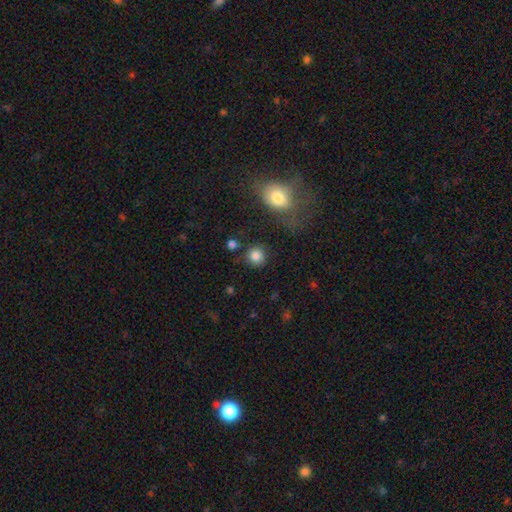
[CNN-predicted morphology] The model was most divided on "merging": none: 83%, minor disturbance: 8%, merger: 5%, major disturbance: 4%. More confident: how rounded — round (90%); smooth or featured — smooth (85%).